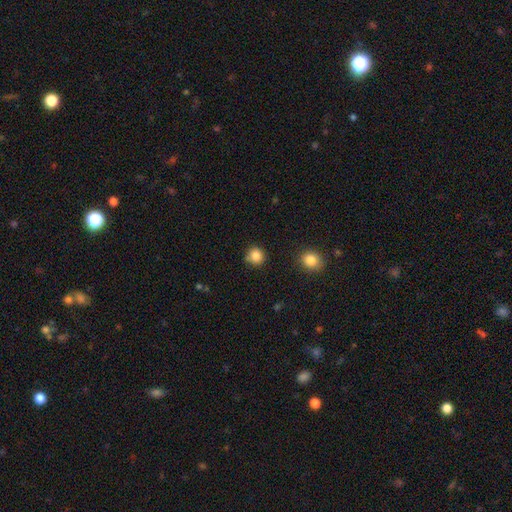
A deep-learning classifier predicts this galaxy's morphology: Overall: smooth (85%). How rounded: round (91%). Merging: none (81%).